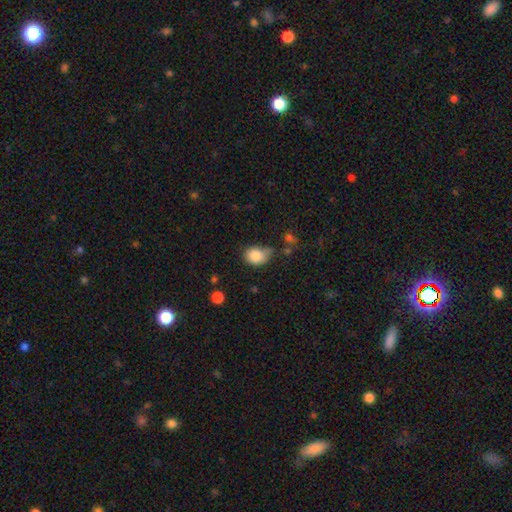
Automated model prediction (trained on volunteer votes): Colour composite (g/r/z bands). It shows a smooth galaxy with no disk features (85%) that is in between round and cigar-shaped (56%). Merging: none (44%).